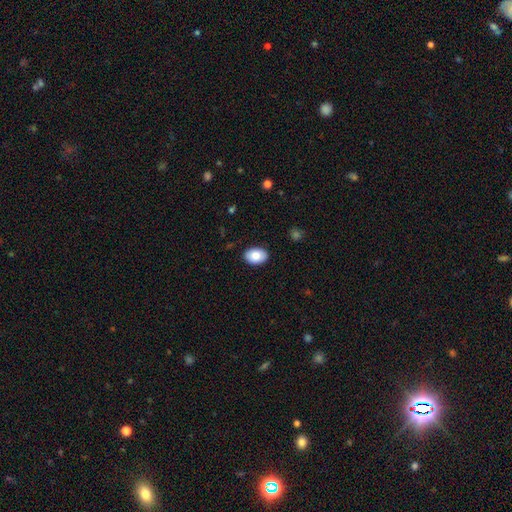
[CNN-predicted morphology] smooth_or_featured: smooth (p=0.85) [alt: featured or disk p=0.08]
how_rounded: in between (p=0.88) [alt: round p=0.11]
merging: none (p=0.89) [alt: minor disturbance p=0.09]